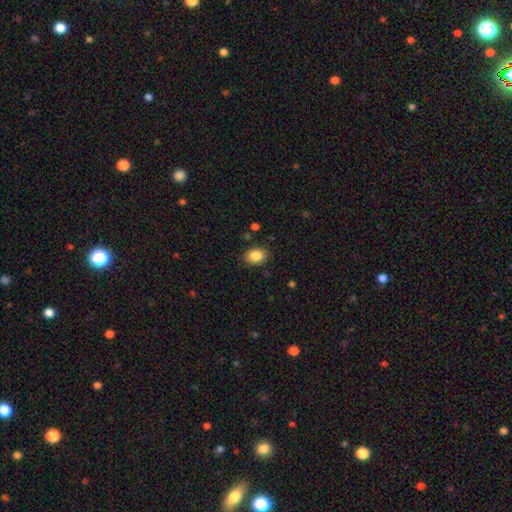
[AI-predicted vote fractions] Morphology: type=smooth (86%); roundness=in between (69%); merging=none (85%).